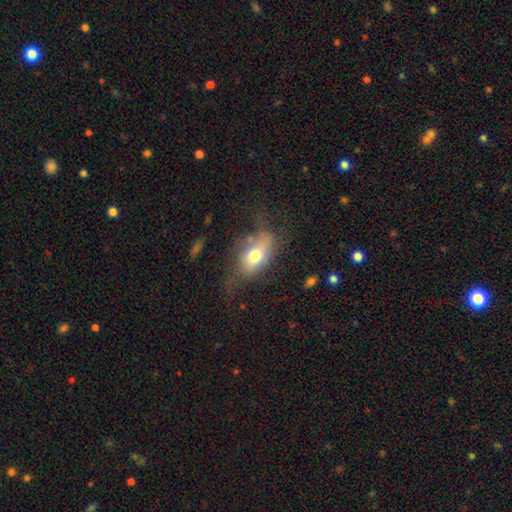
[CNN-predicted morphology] The model was most divided on "merging": none: 46%, minor disturbance: 28%, major disturbance: 23%, merger: 3%. More confident: how rounded — in between (85%); smooth or featured — smooth (64%).